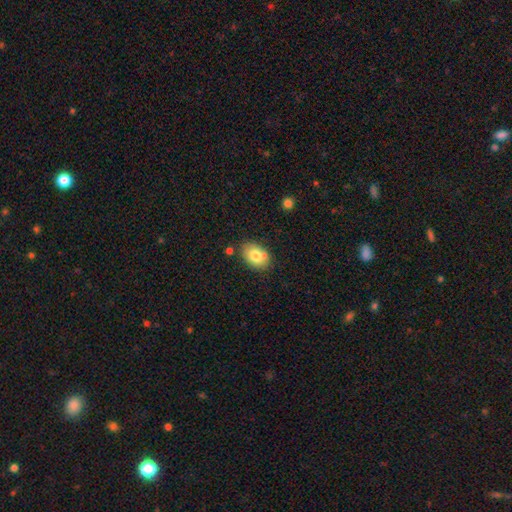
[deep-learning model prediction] This is likely a smooth galaxy (78%). How rounded: likely in between (79%). Merging: likely none (73%).